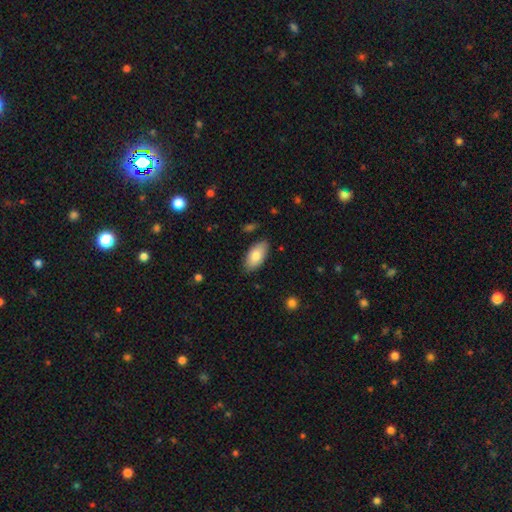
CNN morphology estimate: Overall: smooth (81%). How rounded: in between (94%). Merging: none (85%).